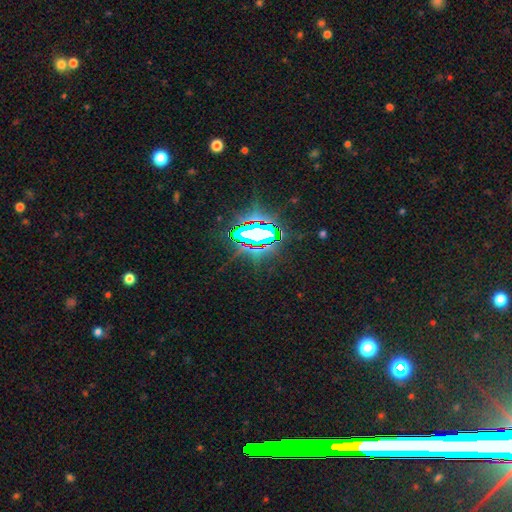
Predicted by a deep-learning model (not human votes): Q: Smooth or featured?
A: star or artifact (77%); runner-up: smooth (13%)